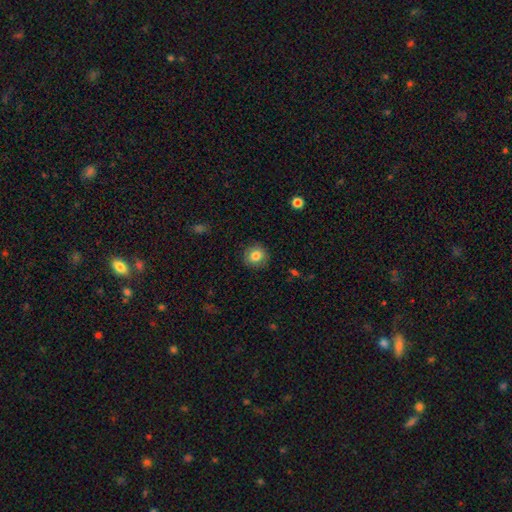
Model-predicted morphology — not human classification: Smooth or featured?
  - smooth: 82% *
  - star or artifact: 9%
  - featured or disk: 9%
How rounded?
  - round: 87% *
  - in between: 12%
  - cigar-shaped: 1%
Merging?
  - none: 86% *
  - minor disturbance: 10%
  - major disturbance: 3%
  - merger: 1%